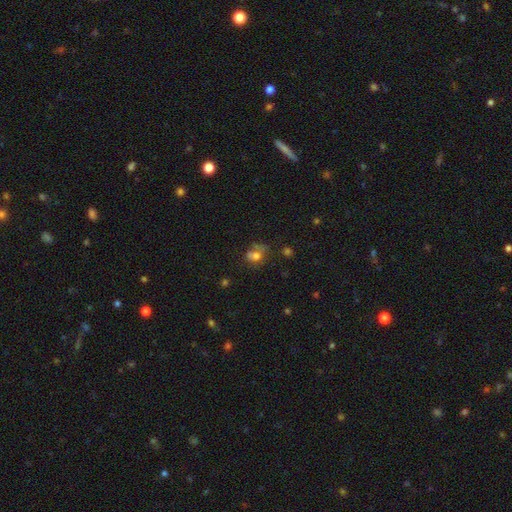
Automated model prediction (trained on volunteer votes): A smooth galaxy with no disk features (63%) that is in between round and cigar-shaped (55%). Merging: none (38%).